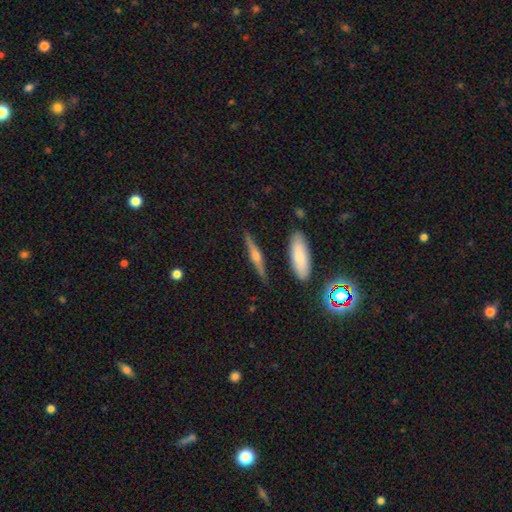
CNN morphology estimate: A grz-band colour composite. It shows a featured or disk galaxy (65%) viewed edge-on (96%) with a rounded central bulge (89%). Merging: none (85%).